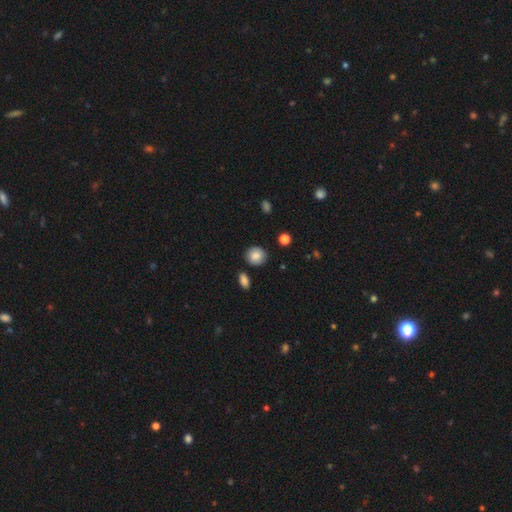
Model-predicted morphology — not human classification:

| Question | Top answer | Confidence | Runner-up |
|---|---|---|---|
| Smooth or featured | smooth | 84% | star or artifact (8%) |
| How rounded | round | 80% | in between (19%) |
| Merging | none | 83% | minor disturbance (10%) |